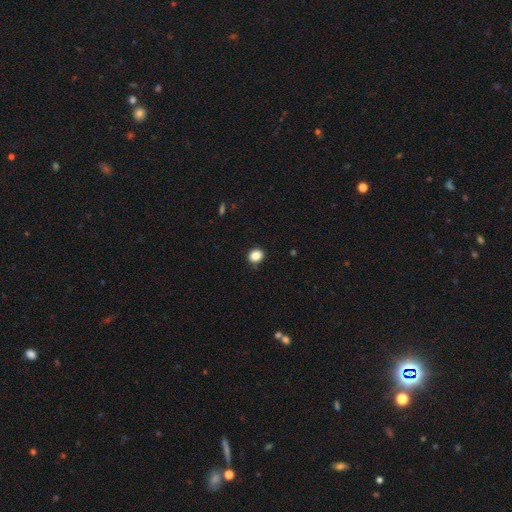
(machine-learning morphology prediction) smooth-or-featured: smooth: 85% | star or artifact: 11% | featured or disk: 4%
  how-rounded: round: 74% | in between: 25% | cigar-shaped: 1%
  merging: none: 89% | minor disturbance: 9% | major disturbance: 2% | merger: 1%